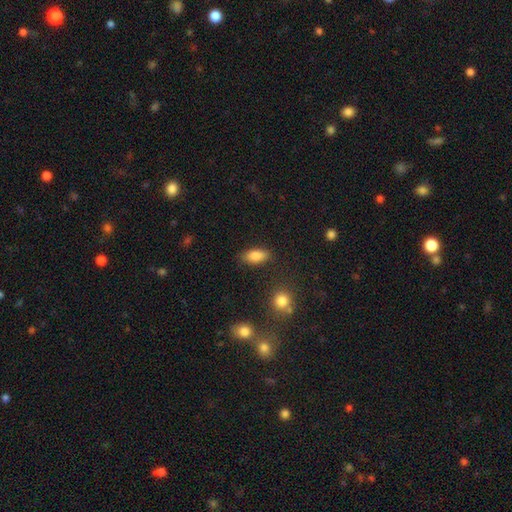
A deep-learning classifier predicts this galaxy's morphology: Q: Smooth or featured?
A: smooth (86%); runner-up: star or artifact (8%)
Q: How rounded?
A: in between (88%); runner-up: cigar-shaped (8%)
Q: Merging?
A: none (82%); runner-up: minor disturbance (13%)